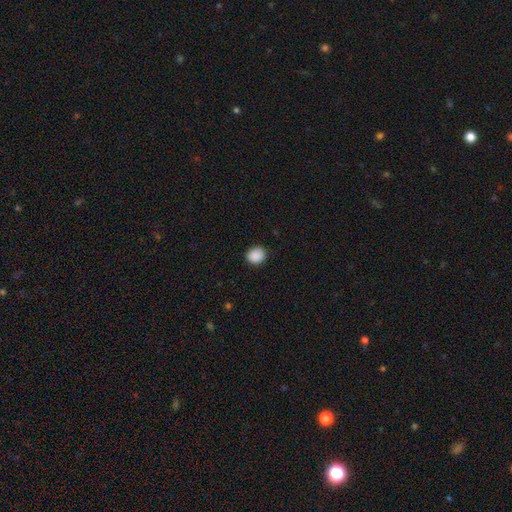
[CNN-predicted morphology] A smooth galaxy with no disk features (89%) that is round (71%).

Vote fractions:
- Smooth or featured? smooth: 89% / star or artifact: 9% / featured or disk: 2%
- How rounded? round: 71% / in between: 29% / cigar-shaped: 1%
- Merging? none: 88% / minor disturbance: 8% / major disturbance: 2% / merger: 1%